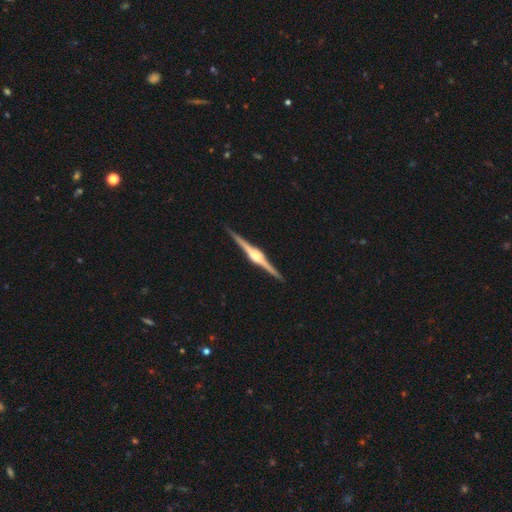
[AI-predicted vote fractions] Smooth or featured? featured or disk (89%)
Edge-on disk? yes (99%)
Edge-on bulge? rounded (90%)
Merging? none (92%)